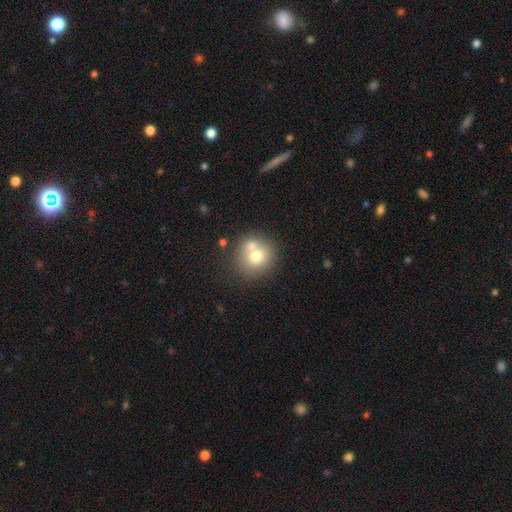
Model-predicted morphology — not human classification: Smooth or featured: smooth — 70% (featured or disk — 19%)
How rounded: round — 85% (in between — 14%)
Merging: none — 50% (merger — 36%)